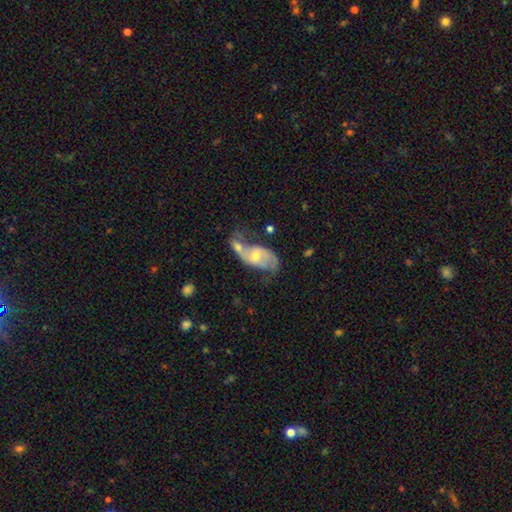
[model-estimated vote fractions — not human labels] Smooth or featured?
  - featured or disk: 68% *
  - smooth: 25%
  - star or artifact: 7%
Edge-on disk?
  - no: 95% *
  - yes: 5%
Bar?
  - no: 60% *
  - weak: 32%
  - strong: 8%
Spiral arms?
  - yes: 81% *
  - no: 19%
Spiral winding?
  - loose: 47% *
  - medium: 38%
  - tight: 15%
Spiral arm count?
  - 2: 81% *
  - can't tell: 10%
  - 1: 5%
  - 3: 1%
  - 4: 1%
  - more than 4: 1%
Bulge size?
  - moderate: 57% *
  - small: 37%
  - large: 4%
  - none: 2%
  - dominant: 1%
Merging?
  - merger: 39% *
  - none: 28%
  - minor disturbance: 18%
  - major disturbance: 15%